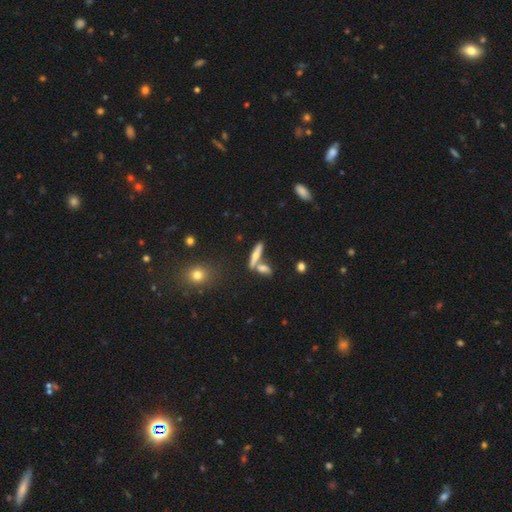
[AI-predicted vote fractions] A smooth galaxy with no disk features (46%). Merging: none (54%).